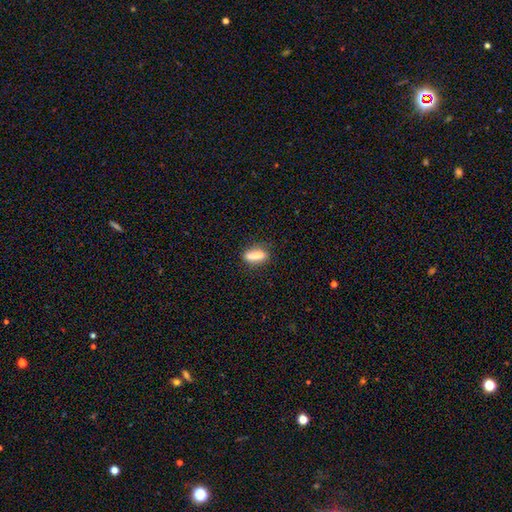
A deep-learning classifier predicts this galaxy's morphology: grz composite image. It shows a smooth galaxy with no disk features (76%) that is cigar-shaped (53%). Merging: none (74%).